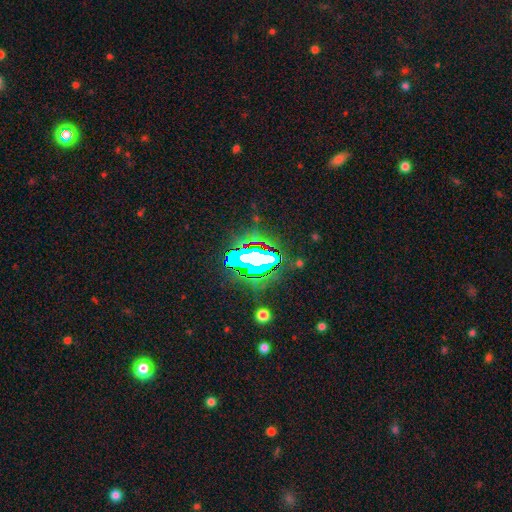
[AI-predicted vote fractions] smooth_or_featured: star or artifact (p=0.64) [alt: featured or disk p=0.19]